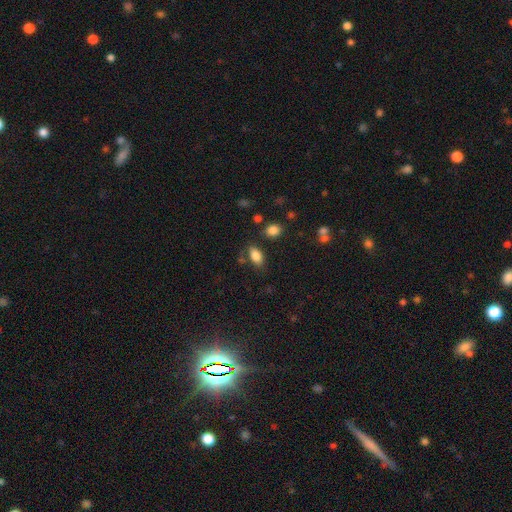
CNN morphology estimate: Q: Smooth or featured?
A: smooth (84%); runner-up: star or artifact (9%)
Q: How rounded?
A: in between (89%); runner-up: round (8%)
Q: Merging?
A: none (74%); runner-up: minor disturbance (15%)